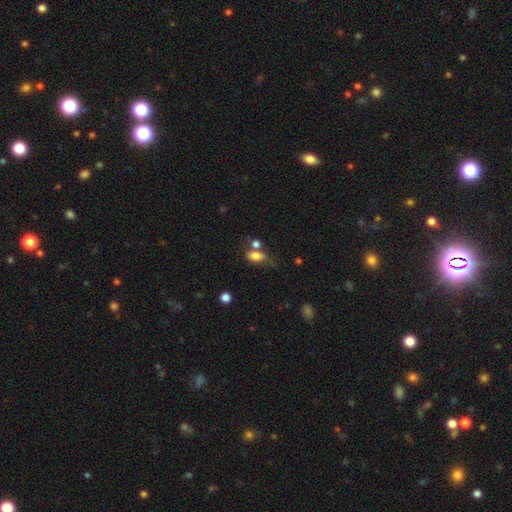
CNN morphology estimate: This is likely a smooth galaxy (79%). How rounded: clearly in between (85%). Merging: marginally none (44%).